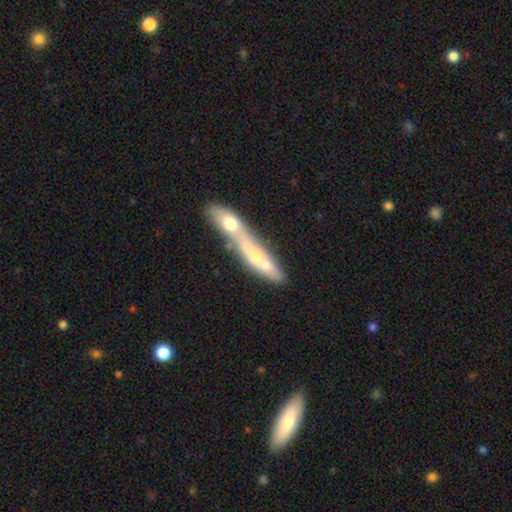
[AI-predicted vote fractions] Overall: featured or disk (50%; smooth 41%). Merging: merger (63%).